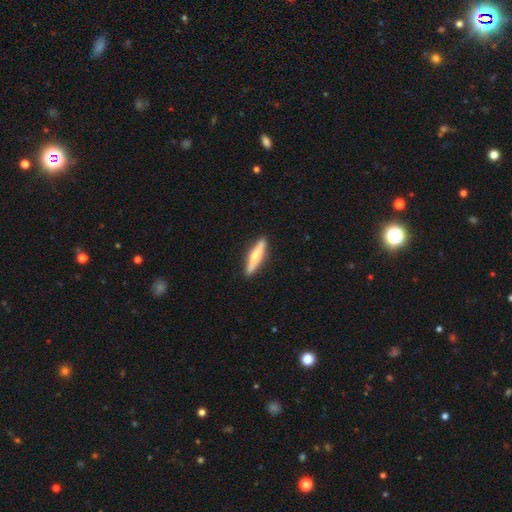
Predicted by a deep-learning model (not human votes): Smooth or featured? smooth (55%)
How rounded? cigar-shaped (87%)
Merging? none (89%)